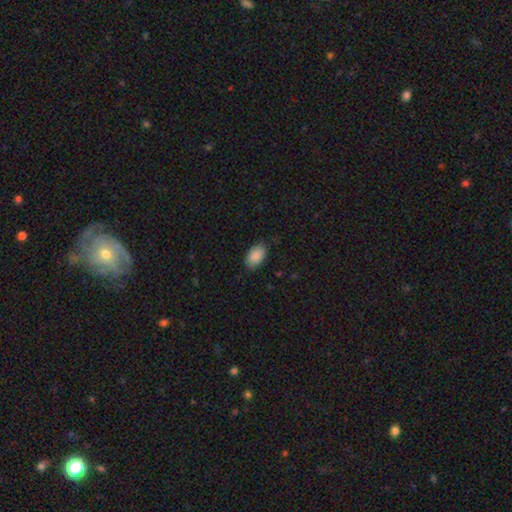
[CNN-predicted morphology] Smooth or featured?
  - smooth: 89% *
  - star or artifact: 7%
  - featured or disk: 4%
How rounded?
  - in between: 92% *
  - round: 7%
  - cigar-shaped: 1%
Merging?
  - none: 82% *
  - minor disturbance: 14%
  - major disturbance: 3%
  - merger: 1%